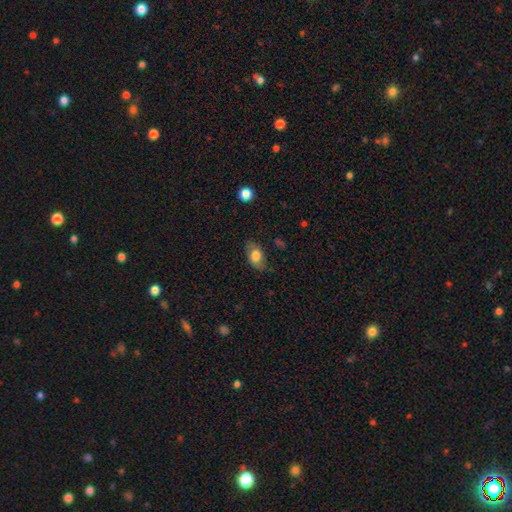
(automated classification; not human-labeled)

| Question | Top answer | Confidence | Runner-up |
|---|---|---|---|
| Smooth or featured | smooth | 70% | featured or disk (22%) |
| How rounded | in between | 86% | round (12%) |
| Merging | none | 72% | minor disturbance (20%) |